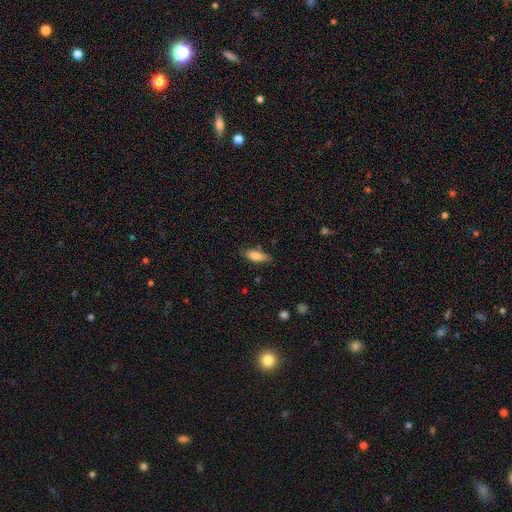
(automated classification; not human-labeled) Smooth or featured: smooth — 79% (featured or disk — 14%)
How rounded: in between — 65% (cigar-shaped — 32%)
Merging: none — 78% (minor disturbance — 16%)